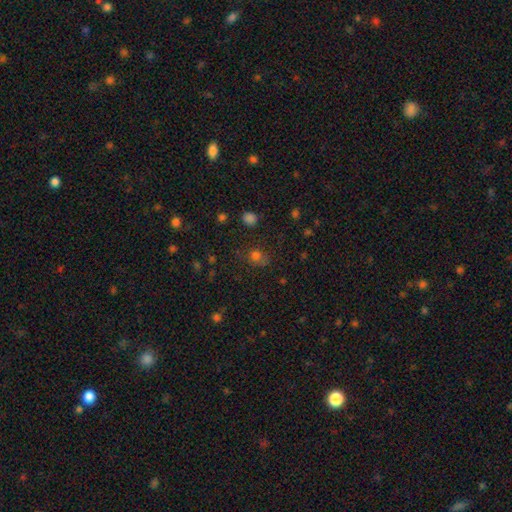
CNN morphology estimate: smooth 71%, star or artifact 21%, featured or disk 8%. Down the decision tree: how rounded — round (69%); merging — none (66%).